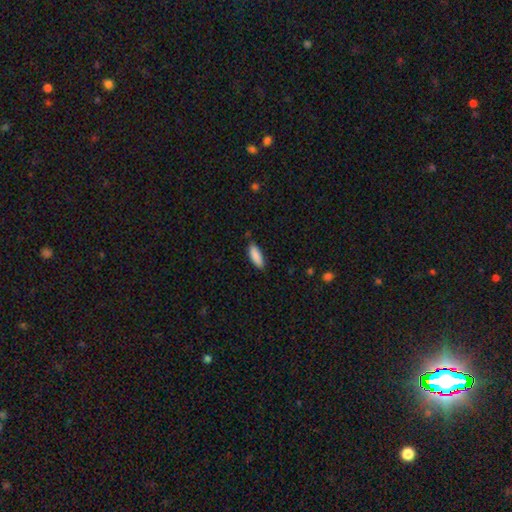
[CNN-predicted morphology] smooth 89%, star or artifact 6%, featured or disk 5%. Down the decision tree: how rounded — in between (66%); merging — none (83%).